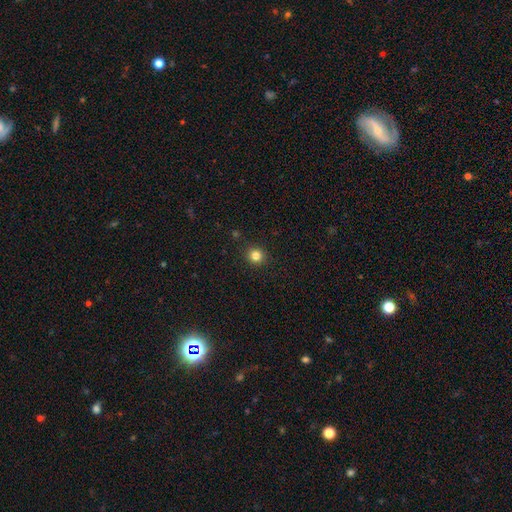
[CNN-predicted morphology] smooth 83%, star or artifact 13%, featured or disk 5%. Down the decision tree: how rounded — round (90%); merging — none (91%).